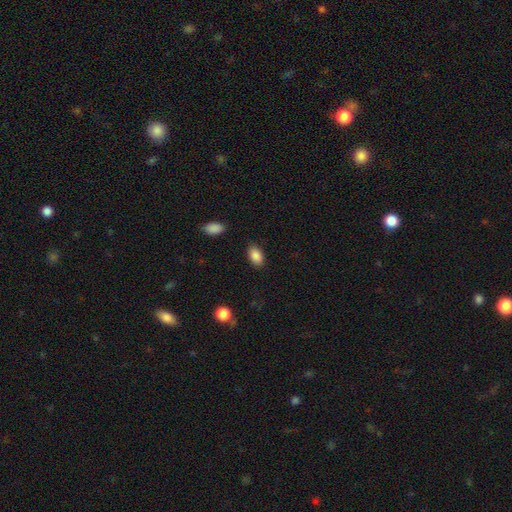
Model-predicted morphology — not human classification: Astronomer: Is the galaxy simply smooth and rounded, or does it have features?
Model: smooth — 88%.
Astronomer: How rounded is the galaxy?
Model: in between — 91%.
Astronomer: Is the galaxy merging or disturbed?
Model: none — 86%.